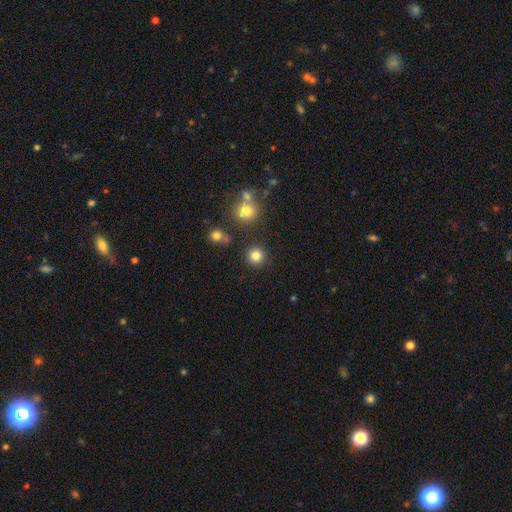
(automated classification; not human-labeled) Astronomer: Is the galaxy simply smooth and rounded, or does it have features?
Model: smooth — 83%.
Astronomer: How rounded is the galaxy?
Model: round — 94%.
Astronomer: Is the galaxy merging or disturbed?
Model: none — 88%.